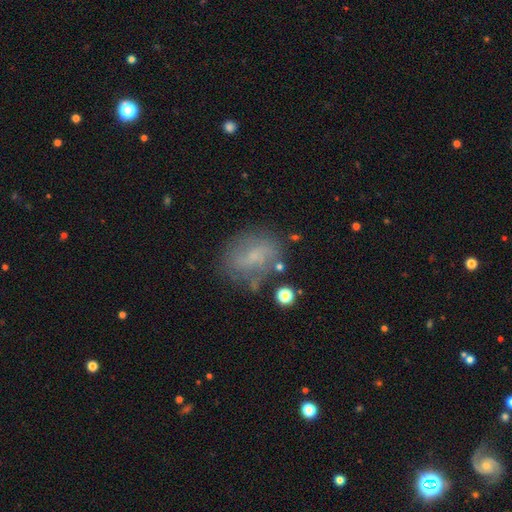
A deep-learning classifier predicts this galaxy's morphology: A featured or disk galaxy (49%). Merging: none (63%).